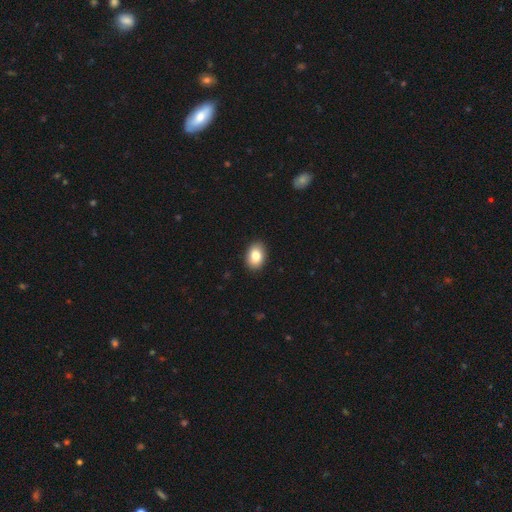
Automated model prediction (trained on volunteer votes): Overall: smooth (84%). How rounded: in between (78%). Merging: none (90%).